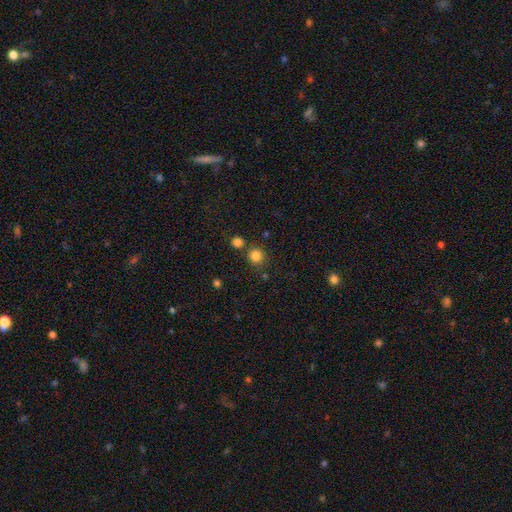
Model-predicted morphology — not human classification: smooth 82%, star or artifact 14%, featured or disk 5%. Down the decision tree: how rounded — round (90%); merging — none (77%).